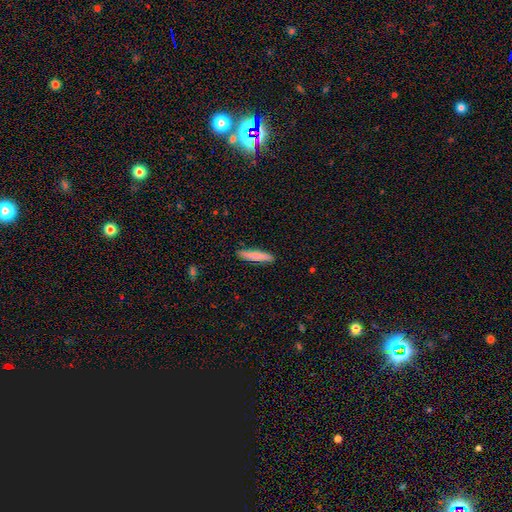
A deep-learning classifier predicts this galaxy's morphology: Overall: smooth (81%). How rounded: cigar-shaped (88%). Merging: none (88%).